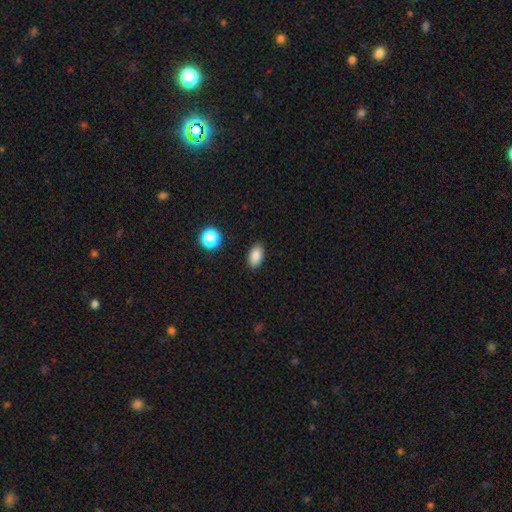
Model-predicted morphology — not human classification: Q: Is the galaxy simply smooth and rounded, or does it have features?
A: smooth — 86%.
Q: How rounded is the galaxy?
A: in between — 91%.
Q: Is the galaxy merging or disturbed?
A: none — 88%.